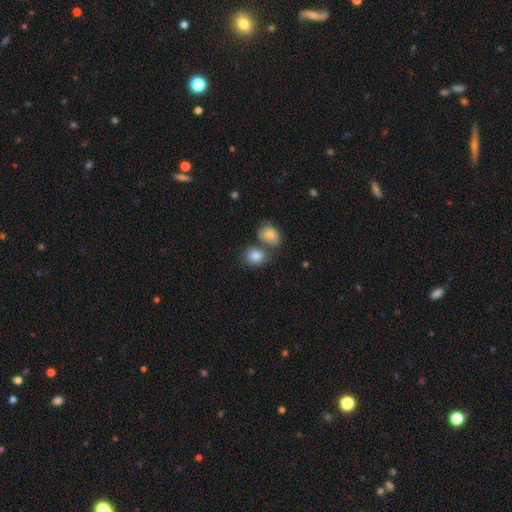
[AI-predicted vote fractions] A smooth galaxy with no disk features (84%) that is round (56%).

Vote fractions:
- Smooth or featured? smooth: 84% / star or artifact: 8% / featured or disk: 7%
- How rounded? round: 56% / in between: 43% / cigar-shaped: 1%
- Merging? none: 48% / merger: 36% / minor disturbance: 12% / major disturbance: 4%